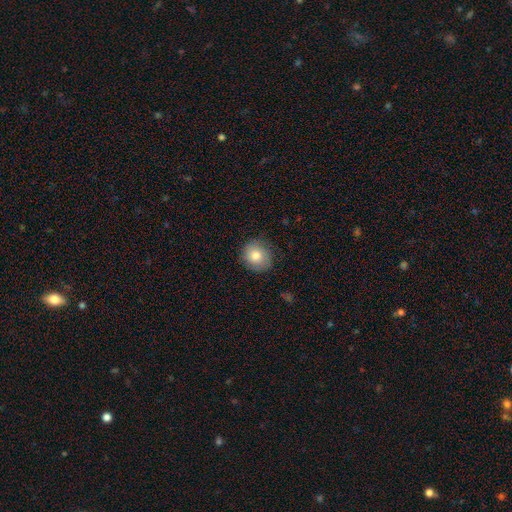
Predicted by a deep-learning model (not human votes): Smooth or featured: smooth — 81% (featured or disk — 10%)
How rounded: round — 86% (in between — 13%)
Merging: none — 85% (minor disturbance — 11%)